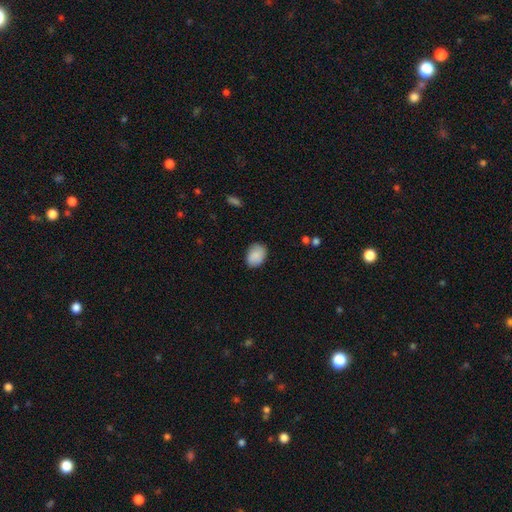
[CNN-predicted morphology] Smooth or featured: smooth — 86% (featured or disk — 7%)
How rounded: in between — 76% (round — 23%)
Merging: none — 79% (minor disturbance — 16%)